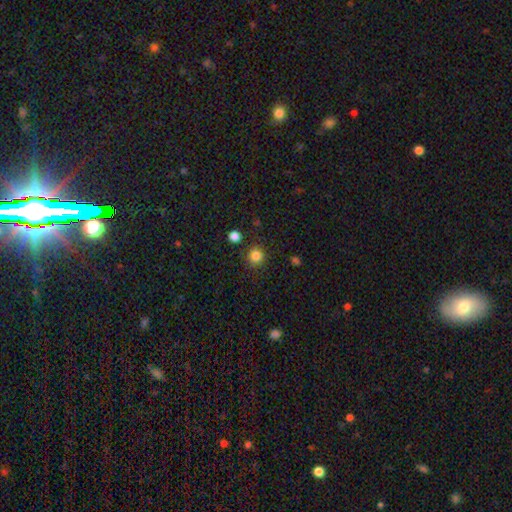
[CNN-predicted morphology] Smooth or featured?
  - smooth: 84% *
  - star or artifact: 12%
  - featured or disk: 4%
How rounded?
  - round: 93% *
  - in between: 6%
  - cigar-shaped: 1%
Merging?
  - none: 88% *
  - minor disturbance: 7%
  - merger: 3%
  - major disturbance: 2%